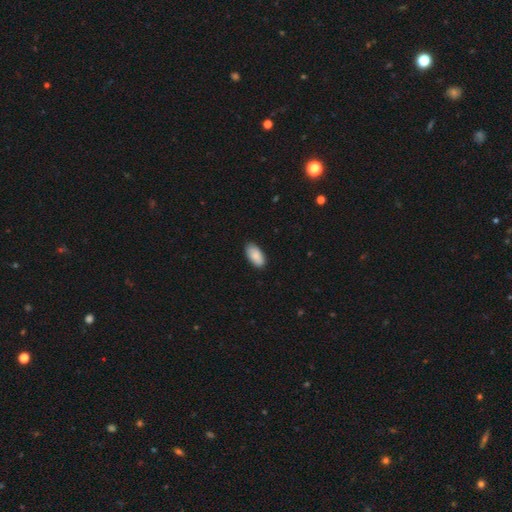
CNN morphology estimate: Overall: smooth (87%). How rounded: in between (94%). Merging: none (86%).